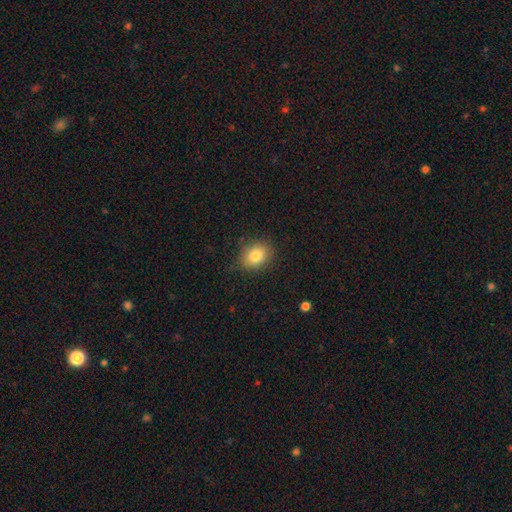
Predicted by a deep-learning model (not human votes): This appears to be a smooth galaxy with no disk features (82%) that is in between round and cigar-shaped (57%). Merging: none (83%).